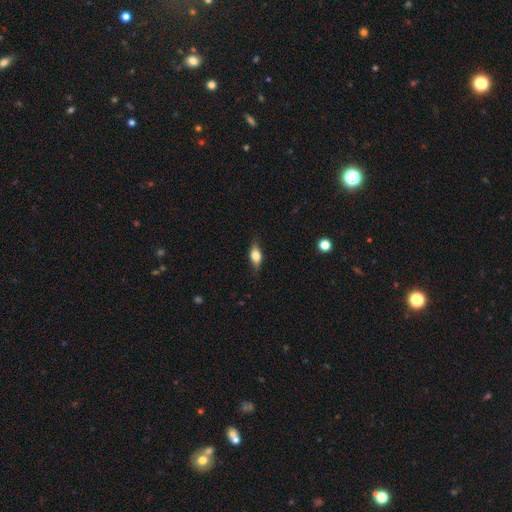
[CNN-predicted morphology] A smooth galaxy with no disk features (69%) that is in between round and cigar-shaped (79%).

Vote fractions:
- Smooth or featured? smooth: 69% / featured or disk: 24% / star or artifact: 8%
- How rounded? in between: 79% / cigar-shaped: 12% / round: 9%
- Merging? none: 77% / minor disturbance: 18% / major disturbance: 4% / merger: 1%